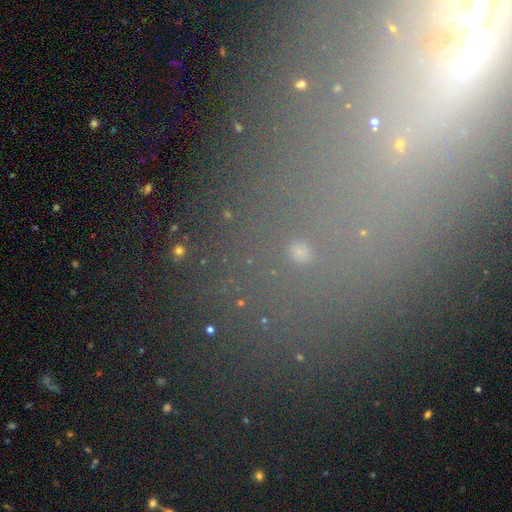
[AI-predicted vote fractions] Overall: star or artifact (65%).